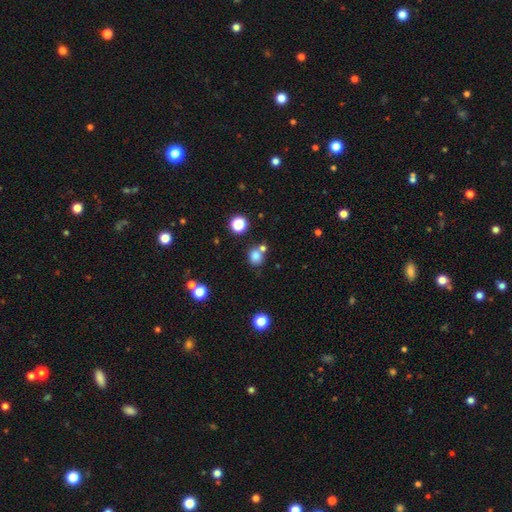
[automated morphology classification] Smooth or featured: smooth — 79% (star or artifact — 15%)
How rounded: round — 78% (in between — 21%)
Merging: none — 62% (merger — 22%)